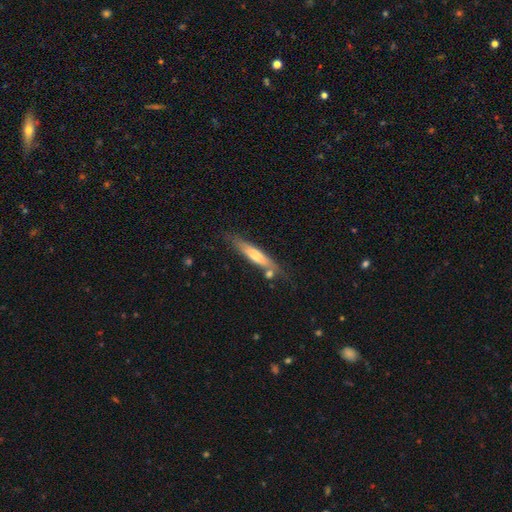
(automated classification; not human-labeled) The model was most divided on "smooth or featured": smooth: 61%, featured or disk: 34%, star or artifact: 6%. More confident: how rounded — cigar-shaped (84%); merging — none (64%).